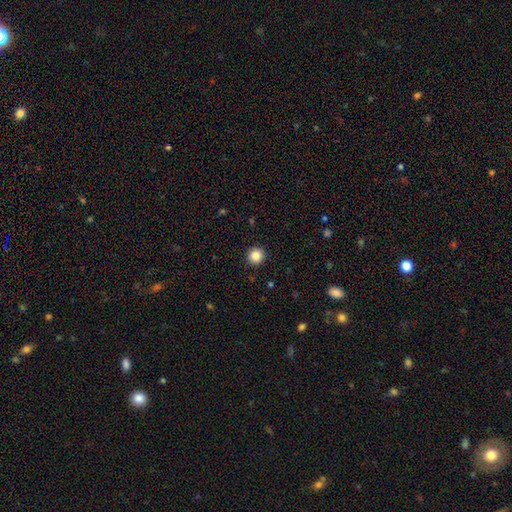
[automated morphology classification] smooth 86%, star or artifact 11%, featured or disk 4%. Down the decision tree: how rounded — round (95%); merging — none (93%).